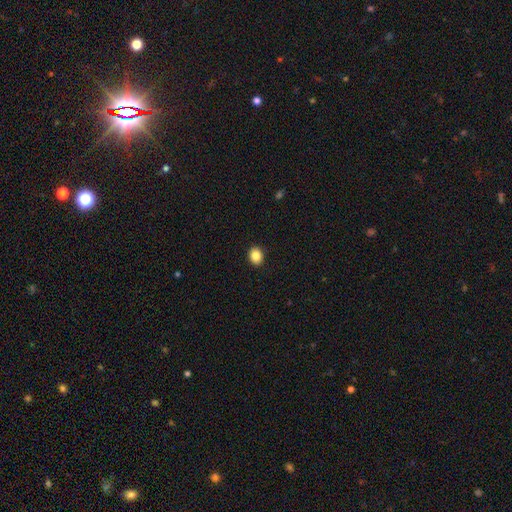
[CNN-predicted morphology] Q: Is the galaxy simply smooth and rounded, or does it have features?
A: smooth — 86%.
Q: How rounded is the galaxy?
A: round — 51%.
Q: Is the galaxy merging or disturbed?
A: none — 91%.